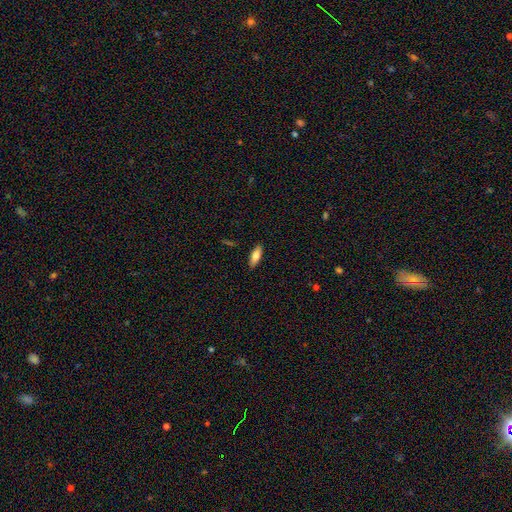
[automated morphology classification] This appears to be a smooth galaxy with no disk features (78%) that is in between round and cigar-shaped (77%). Merging: none (89%).